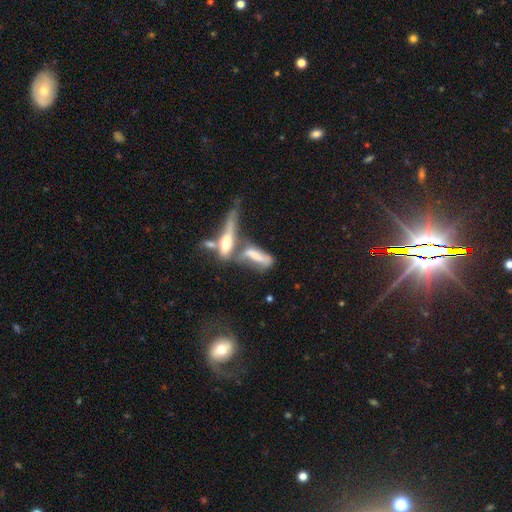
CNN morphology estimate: smooth-or-featured: smooth: 48% | featured or disk: 42% | star or artifact: 10%
  merging: merger: 67% | major disturbance: 13% | none: 12% | minor disturbance: 8%